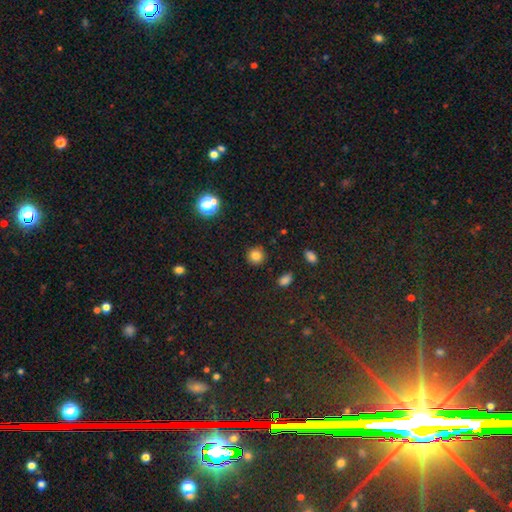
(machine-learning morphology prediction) smooth_or_featured: smooth (p=0.81) [alt: star or artifact p=0.13]
how_rounded: round (p=0.92) [alt: in between p=0.07]
merging: none (p=0.89) [alt: minor disturbance p=0.07]